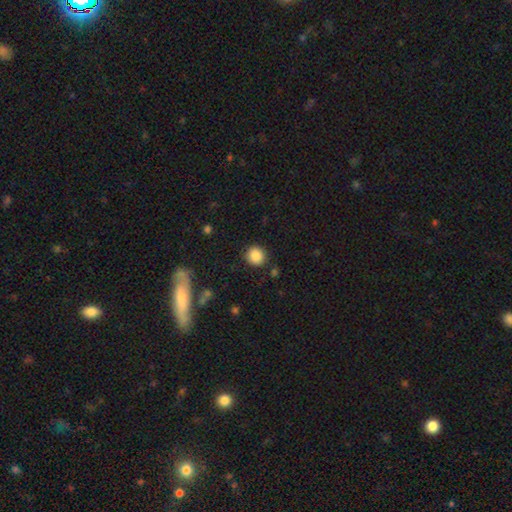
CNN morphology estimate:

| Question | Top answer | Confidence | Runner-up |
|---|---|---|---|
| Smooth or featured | smooth | 87% | star or artifact (9%) |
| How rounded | round | 88% | in between (11%) |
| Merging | none | 88% | minor disturbance (7%) |